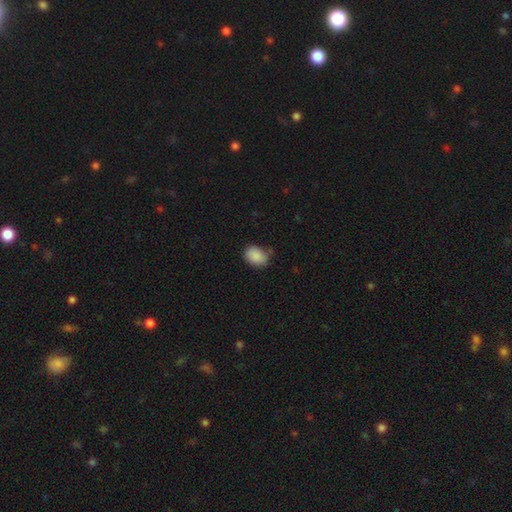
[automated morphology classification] smooth 88%, star or artifact 8%, featured or disk 4%. Down the decision tree: how rounded — in between (66%); merging — none (67%).